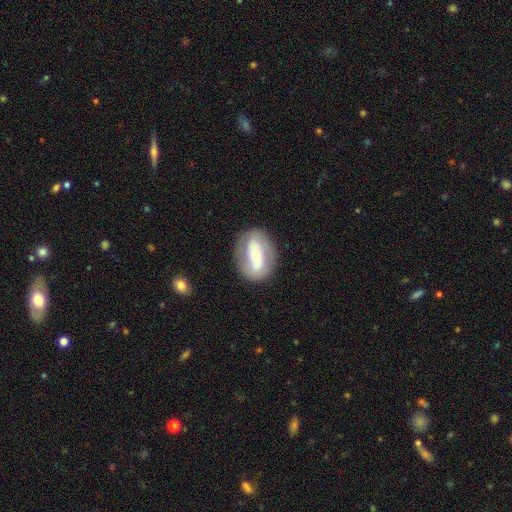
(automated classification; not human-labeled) Smooth or featured: featured or disk — 62% (smooth — 32%)
Edge-on disk: no — 92% (yes — 8%)
Bar: strong — 43% (no — 32%)
Spiral arms: yes — 51% (no — 49%)
Bulge size: moderate — 46% (tied with small — 46%)
Merging: none — 80% (minor disturbance — 13%)